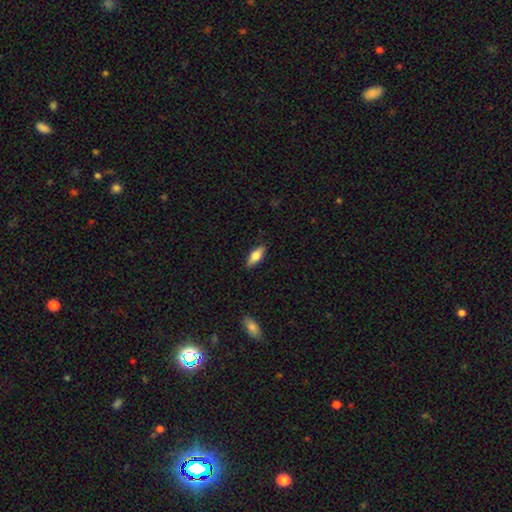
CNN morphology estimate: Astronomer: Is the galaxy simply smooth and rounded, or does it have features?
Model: smooth — 65%.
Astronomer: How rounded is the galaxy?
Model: in between — 69%.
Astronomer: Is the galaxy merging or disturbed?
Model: none — 87%.